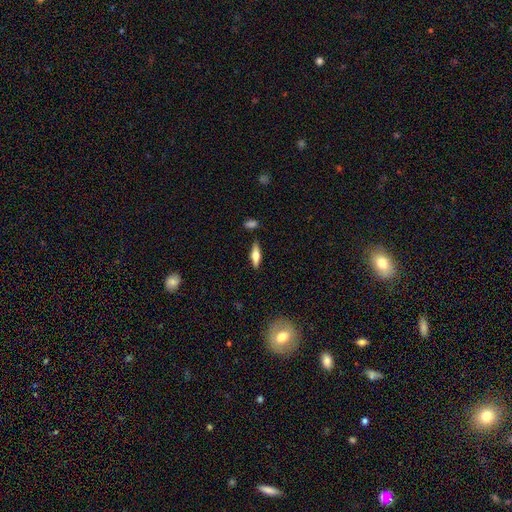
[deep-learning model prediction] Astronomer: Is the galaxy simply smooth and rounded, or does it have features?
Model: featured or disk — 48% (runner-up: smooth, 46%).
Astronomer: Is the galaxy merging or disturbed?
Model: none — 85%.